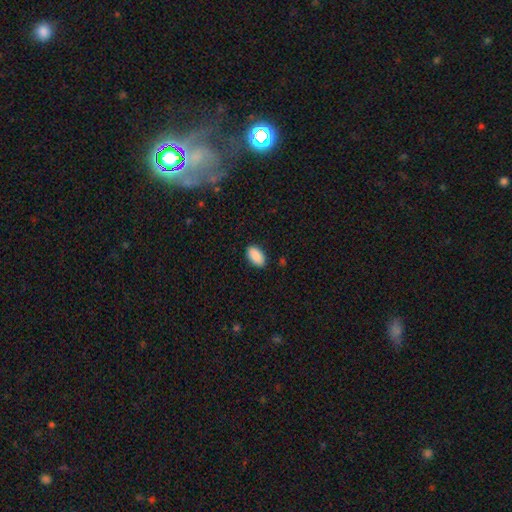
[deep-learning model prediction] Morphology: type=smooth (90%); roundness=in between (94%); merging=none (88%).